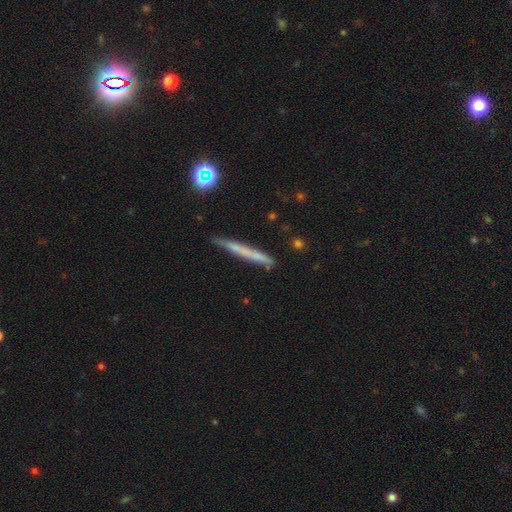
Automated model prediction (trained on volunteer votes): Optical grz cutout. It shows a smooth galaxy with no disk features (54%) that is cigar-shaped (96%). Merging: none (81%).